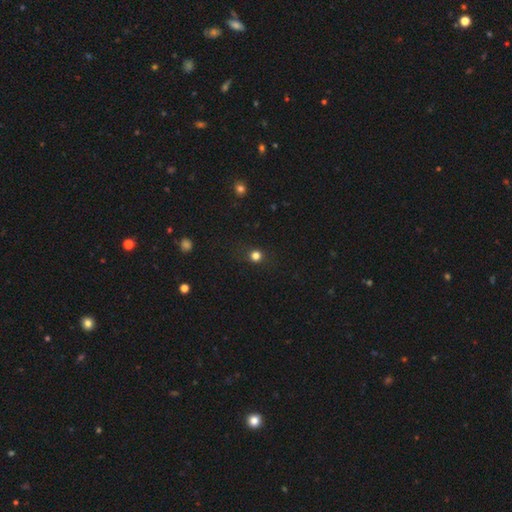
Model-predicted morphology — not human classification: A smooth galaxy with no disk features (77%) that is round (91%).

Vote fractions:
- Smooth or featured? smooth: 77% / star or artifact: 18% / featured or disk: 5%
- How rounded? round: 91% / in between: 8% / cigar-shaped: 1%
- Merging? none: 86% / minor disturbance: 9% / major disturbance: 4% / merger: 2%